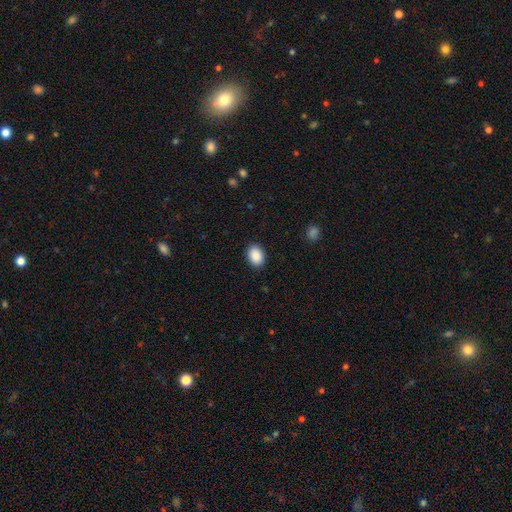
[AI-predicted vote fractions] smooth-or-featured: smooth: 90% | star or artifact: 7% | featured or disk: 3%
  how-rounded: in between: 79% | round: 20% | cigar-shaped: 1%
  merging: none: 89% | minor disturbance: 8% | major disturbance: 2% | merger: 1%